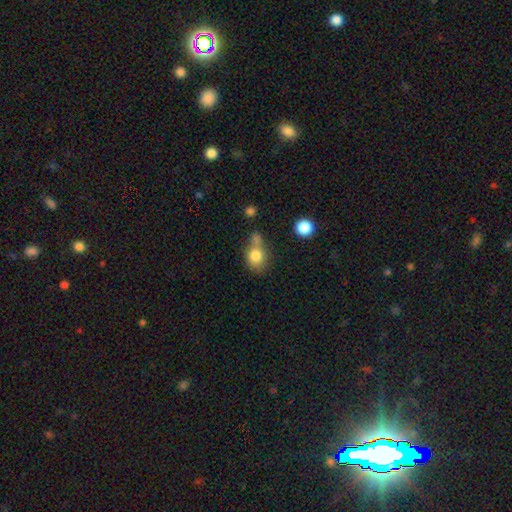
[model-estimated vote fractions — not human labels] The model was most divided on "merging": none: 41%, merger: 33%, minor disturbance: 18%, major disturbance: 8%. More confident: smooth or featured — smooth (79%); how rounded — round (60%).